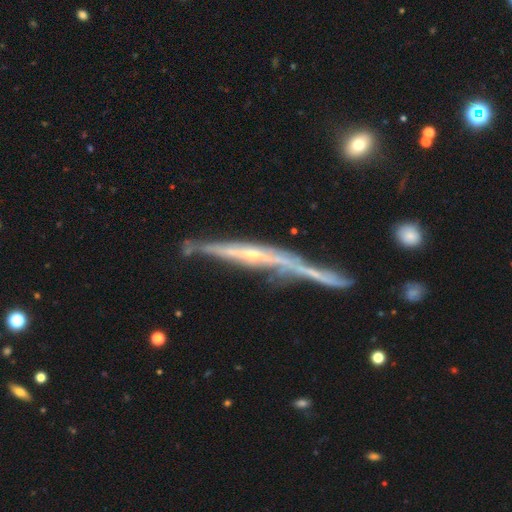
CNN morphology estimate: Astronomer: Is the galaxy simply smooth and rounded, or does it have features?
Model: featured or disk — 80%.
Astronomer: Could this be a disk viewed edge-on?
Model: yes — 92%.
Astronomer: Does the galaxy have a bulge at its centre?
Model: none — 46%, tied with rounded at 46%.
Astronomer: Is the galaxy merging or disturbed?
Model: none — 61%.